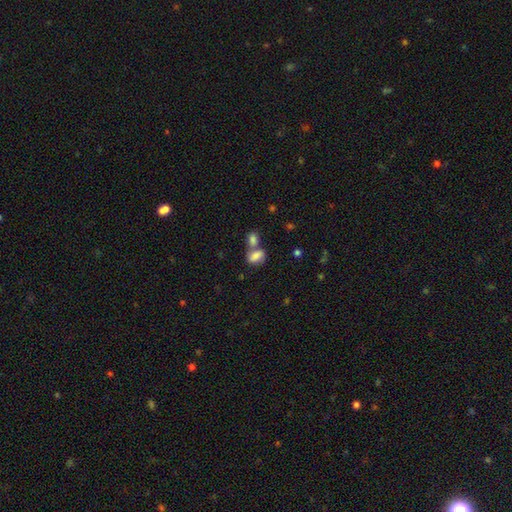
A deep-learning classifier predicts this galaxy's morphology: This appears to be a smooth galaxy with no disk features (81%) that is in between round and cigar-shaped (84%). Merging: merger (50%).